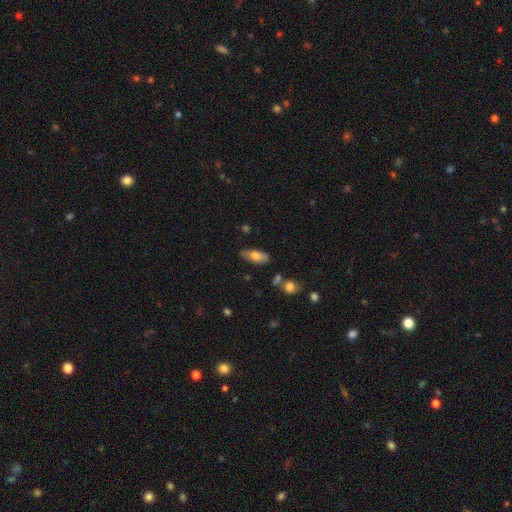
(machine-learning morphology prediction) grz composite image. It shows a smooth galaxy with no disk features (72%) that is in between round and cigar-shaped (81%). Merging: none (77%).